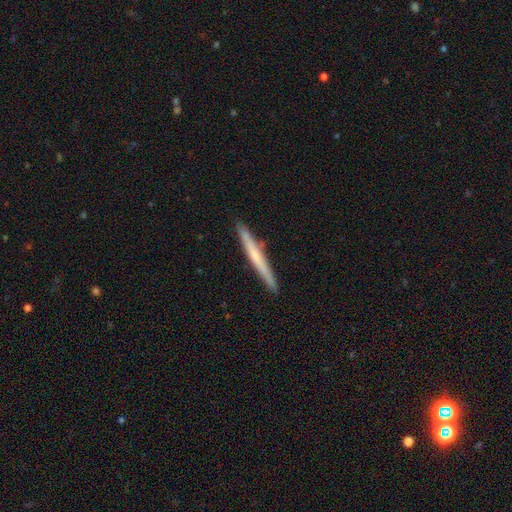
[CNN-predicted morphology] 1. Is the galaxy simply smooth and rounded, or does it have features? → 51% featured or disk, 44% smooth, 6% star or artifact.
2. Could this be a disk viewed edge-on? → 97% yes, 3% no.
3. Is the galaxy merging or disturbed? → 91% none, 7% minor disturbance, 1% merger, 1% major disturbance.